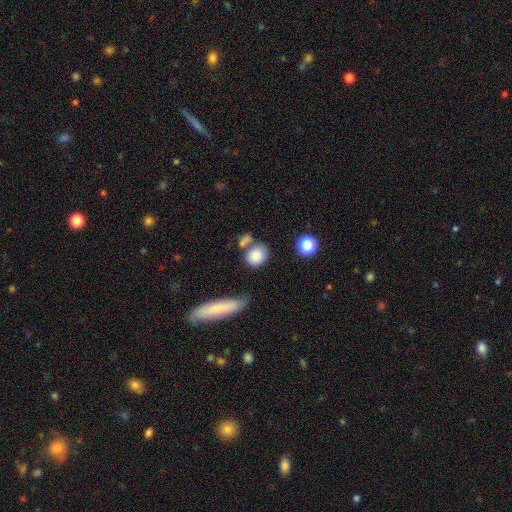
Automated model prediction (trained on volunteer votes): smooth 83%, star or artifact 9%, featured or disk 8%. Down the decision tree: how rounded — round (68%); merging — none (56%).